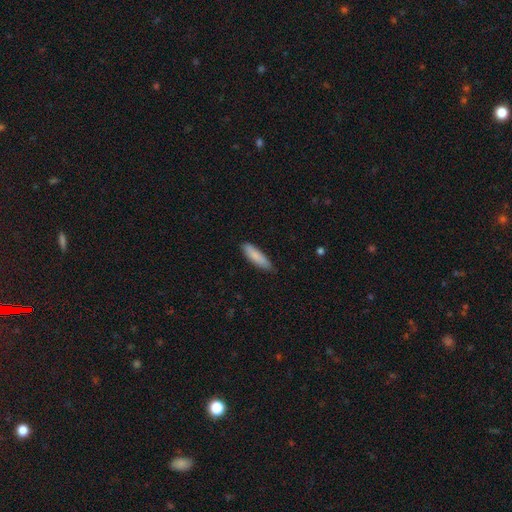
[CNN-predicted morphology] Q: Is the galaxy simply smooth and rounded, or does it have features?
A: smooth — 86%.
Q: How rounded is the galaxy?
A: cigar-shaped — 61%.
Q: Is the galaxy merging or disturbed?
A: none — 80%.